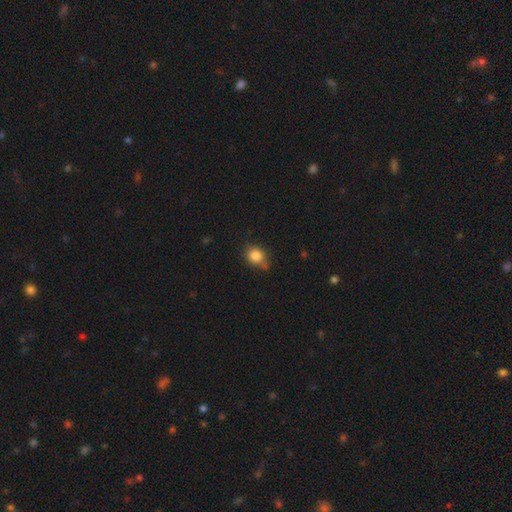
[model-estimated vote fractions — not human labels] This is clearly a smooth galaxy (83%). How rounded: possibly round (58%). Merging: likely none (62%).